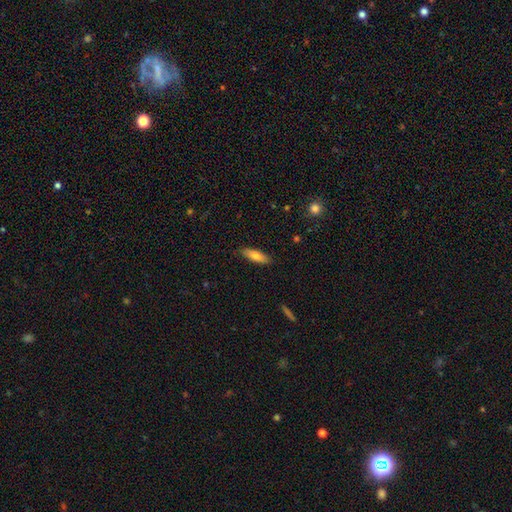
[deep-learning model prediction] Morphology: type=smooth (72%); roundness=cigar-shaped (49%, tied with in between); merging=none (87%).